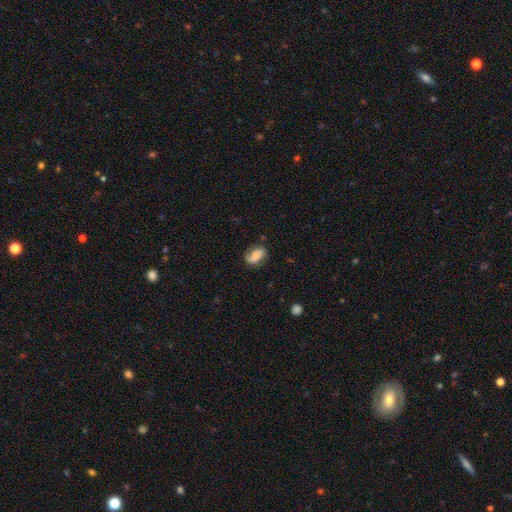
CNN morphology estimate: Smooth or featured?
  - smooth: 58% *
  - featured or disk: 33%
  - star or artifact: 9%
How rounded?
  - in between: 84% *
  - round: 13%
  - cigar-shaped: 2%
Merging?
  - none: 65% *
  - minor disturbance: 24%
  - major disturbance: 9%
  - merger: 2%